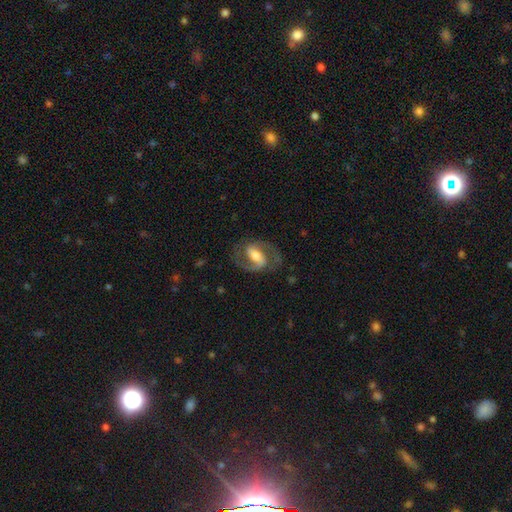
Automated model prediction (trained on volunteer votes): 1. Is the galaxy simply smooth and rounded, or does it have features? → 85% featured or disk, 11% smooth, 5% star or artifact.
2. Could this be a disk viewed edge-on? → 97% no, 3% yes.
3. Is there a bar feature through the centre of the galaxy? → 43% strong, 40% weak, 17% no.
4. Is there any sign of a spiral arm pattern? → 95% yes, 5% no.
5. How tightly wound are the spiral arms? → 58% medium, 22% loose, 20% tight.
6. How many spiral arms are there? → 89% 2, 5% 1, 3% can't tell, 1% 3, 1% 4, 1% more than 4.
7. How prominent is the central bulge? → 58% moderate, 23% small, 14% large, 3% none, 2% dominant.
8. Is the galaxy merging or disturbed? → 74% none, 15% minor disturbance, 10% major disturbance, 1% merger.